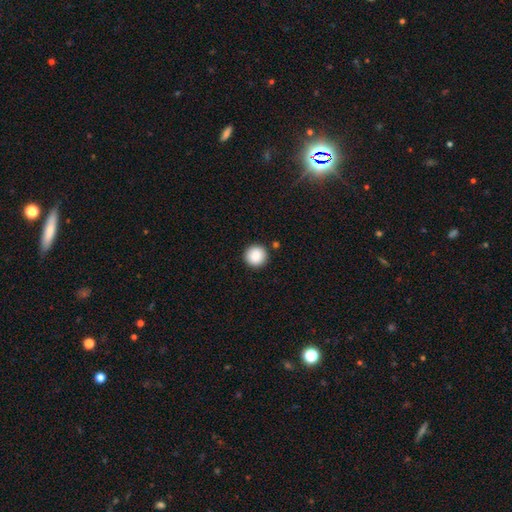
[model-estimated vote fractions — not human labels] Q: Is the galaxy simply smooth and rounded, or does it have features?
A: smooth — 88%.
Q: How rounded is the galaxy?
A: round — 96%.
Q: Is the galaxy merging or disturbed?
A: none — 90%.